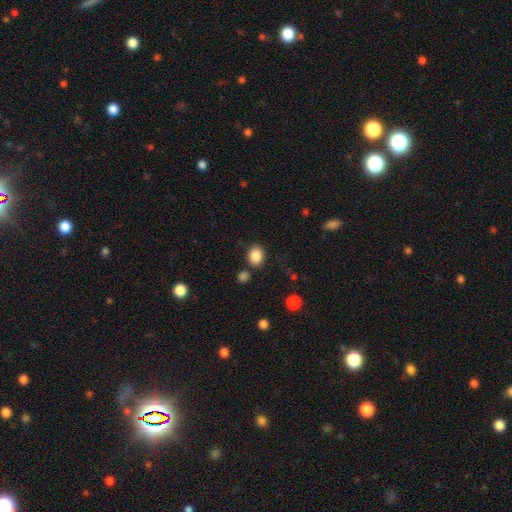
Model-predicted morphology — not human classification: A smooth galaxy with no disk features (87%) that is in between round and cigar-shaped (52%).

Vote fractions:
- Smooth or featured? smooth: 87% / star or artifact: 9% / featured or disk: 4%
- How rounded? in between: 52% / round: 47% / cigar-shaped: 1%
- Merging? none: 80% / minor disturbance: 10% / merger: 6% / major disturbance: 3%